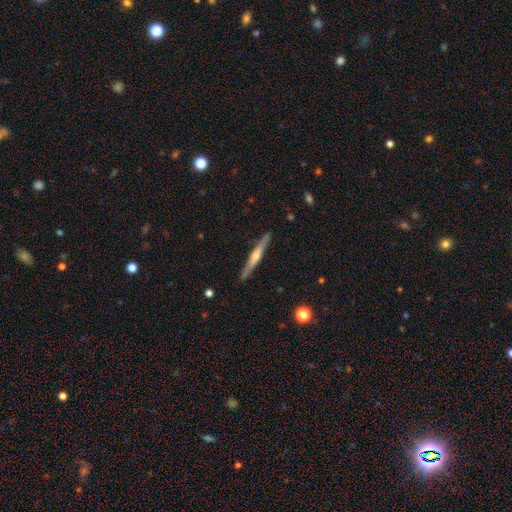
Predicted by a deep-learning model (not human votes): This is likely a featured or disk galaxy (70%). It is clearly viewed edge-on (97%). Edge-on bulge: likely rounded (79%). Merging: clearly none (89%).